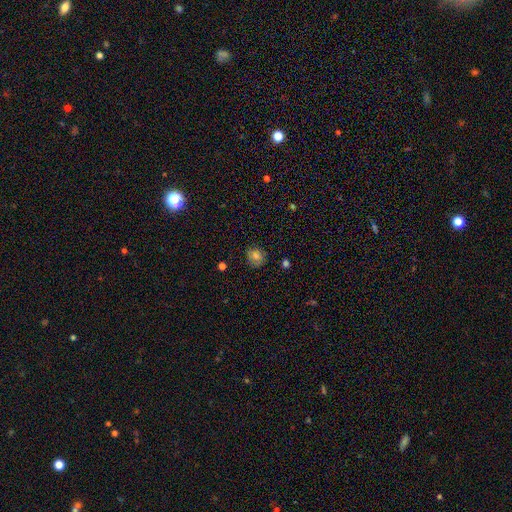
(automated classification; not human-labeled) Smooth or featured? Predicted: smooth (p=0.72). How rounded? Predicted: round (p=0.84). Merging? Predicted: none (p=0.80).